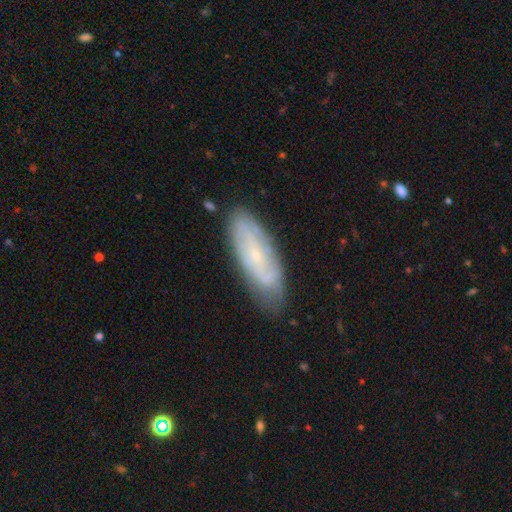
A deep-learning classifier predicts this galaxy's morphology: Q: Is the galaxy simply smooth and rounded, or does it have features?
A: featured or disk — 63%.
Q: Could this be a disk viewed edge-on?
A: no — 86%.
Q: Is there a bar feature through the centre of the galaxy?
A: no — 64%.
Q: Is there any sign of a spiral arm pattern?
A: yes — 78%.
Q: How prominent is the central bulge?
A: small — 80%.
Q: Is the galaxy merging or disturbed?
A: none — 77%.